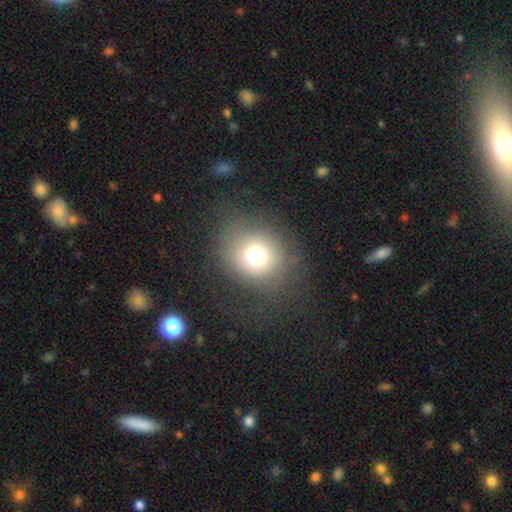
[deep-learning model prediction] smooth-or-featured: smooth: 70% | star or artifact: 18% | featured or disk: 13%
  how-rounded: round: 84% | in between: 15% | cigar-shaped: 1%
  merging: none: 77% | major disturbance: 11% | minor disturbance: 11% | merger: 1%